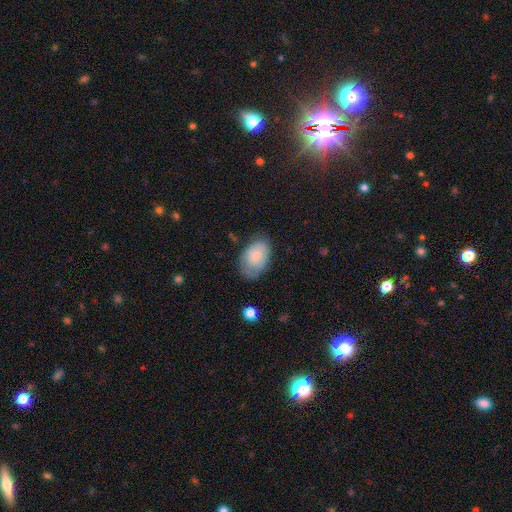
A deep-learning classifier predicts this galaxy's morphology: This is likely a smooth galaxy (79%). How rounded: clearly in between (90%). Merging: likely none (62%).